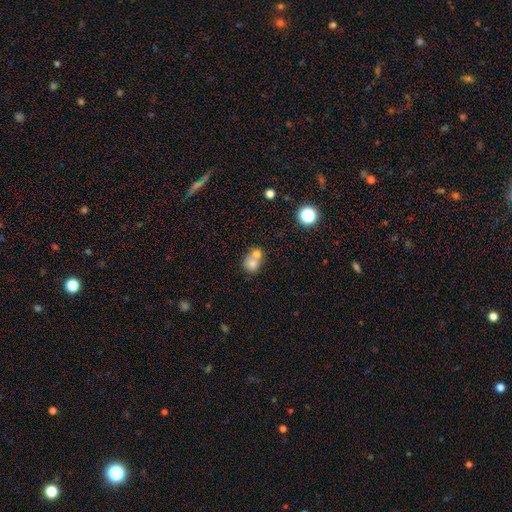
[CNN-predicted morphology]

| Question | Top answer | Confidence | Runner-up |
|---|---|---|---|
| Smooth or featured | smooth | 70% | featured or disk (19%) |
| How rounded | round | 67% | in between (32%) |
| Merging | merger | 64% | none (26%) |